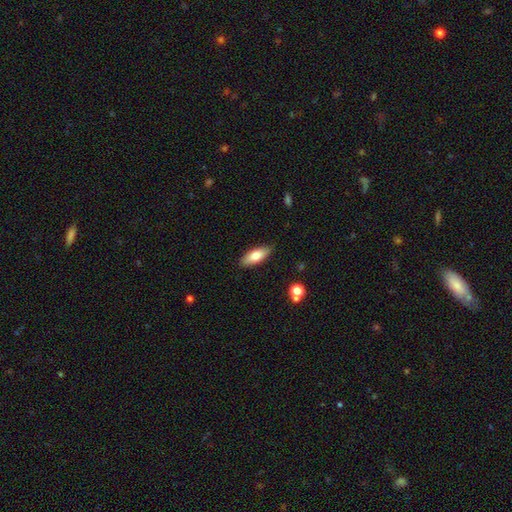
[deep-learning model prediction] smooth-or-featured: smooth: 76% | featured or disk: 18% | star or artifact: 6%
  how-rounded: in between: 72% | cigar-shaped: 25% | round: 2%
  merging: none: 86% | minor disturbance: 10% | major disturbance: 2% | merger: 1%